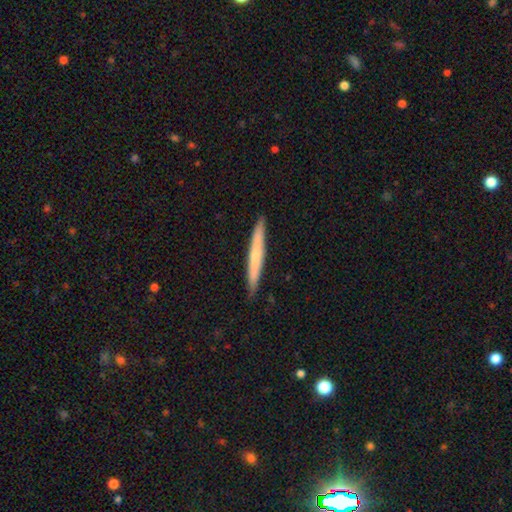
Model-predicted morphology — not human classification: type=smooth (57%); roundness=cigar-shaped (97%); merging=none (91%).